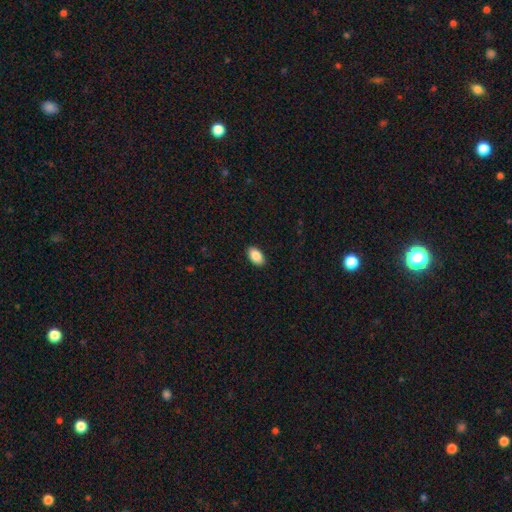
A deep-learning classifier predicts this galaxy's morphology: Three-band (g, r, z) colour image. It shows a smooth galaxy with no disk features (89%) that is in between round and cigar-shaped (93%). Merging: none (90%).